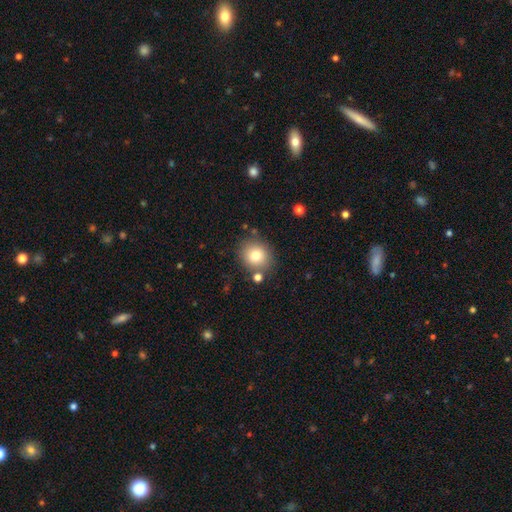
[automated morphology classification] A smooth galaxy with no disk features (79%) that is round (83%). Merging: none (80%).